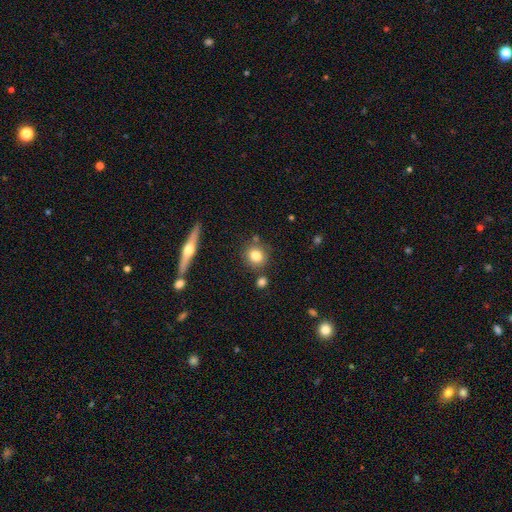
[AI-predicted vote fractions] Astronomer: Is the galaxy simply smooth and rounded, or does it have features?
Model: smooth — 79%.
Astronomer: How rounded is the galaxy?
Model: round — 85%.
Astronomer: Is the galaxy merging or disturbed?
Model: none — 79%.